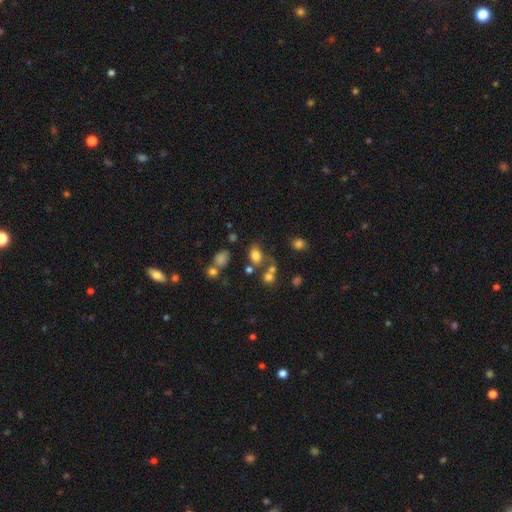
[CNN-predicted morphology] This is likely a smooth galaxy (75%). How rounded: likely in between (69%). Merging: possibly none (54%).